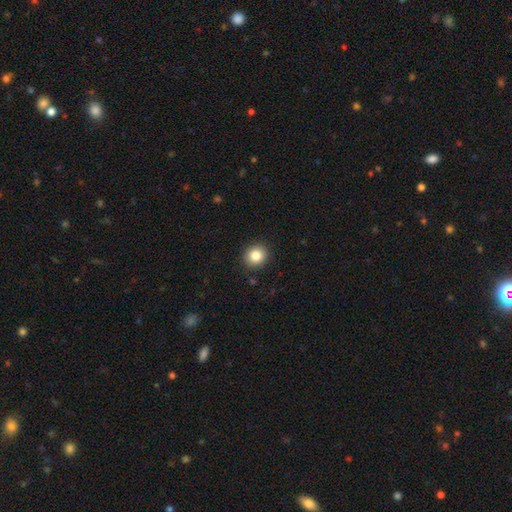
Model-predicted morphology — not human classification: Overall: smooth (84%). How rounded: round (83%). Merging: none (91%).